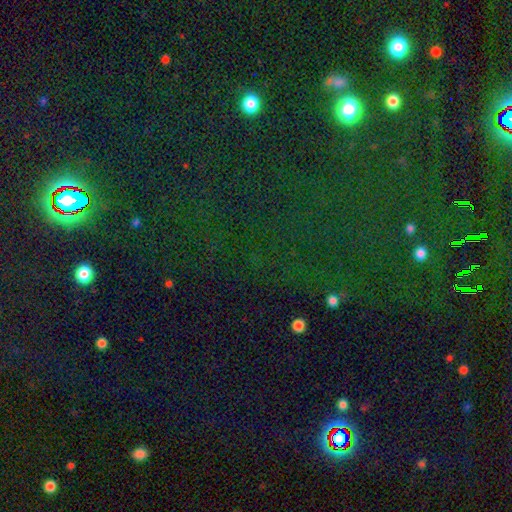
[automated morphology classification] star or artifact 79%, smooth 14%, featured or disk 7%.